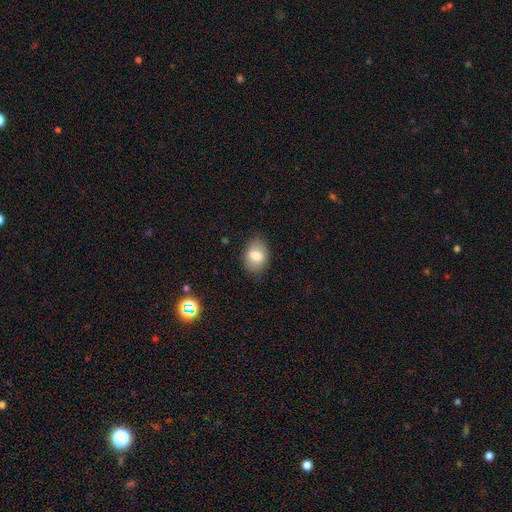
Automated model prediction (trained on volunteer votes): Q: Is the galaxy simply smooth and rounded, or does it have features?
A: smooth — 78%.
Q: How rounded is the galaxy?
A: in between — 76%.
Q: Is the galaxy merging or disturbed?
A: none — 79%.